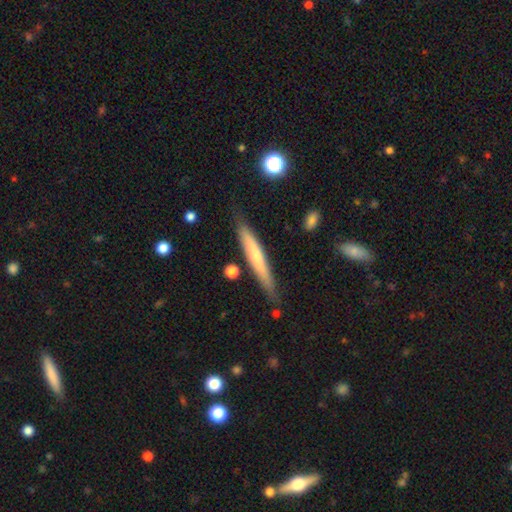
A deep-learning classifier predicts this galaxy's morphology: smooth_or_featured: smooth (p=0.59) [alt: featured or disk p=0.35]
how_rounded: cigar-shaped (p=0.95) [alt: in between p=0.04]
merging: none (p=0.81) [alt: minor disturbance p=0.14]